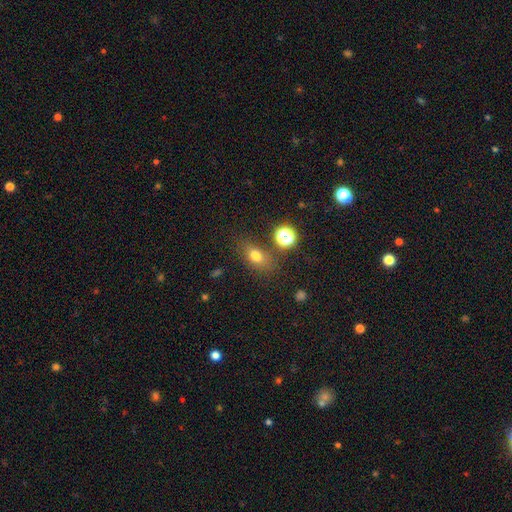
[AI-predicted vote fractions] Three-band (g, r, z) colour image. It shows a smooth galaxy with no disk features (71%) that is in between round and cigar-shaped (68%). Merging: none (74%).